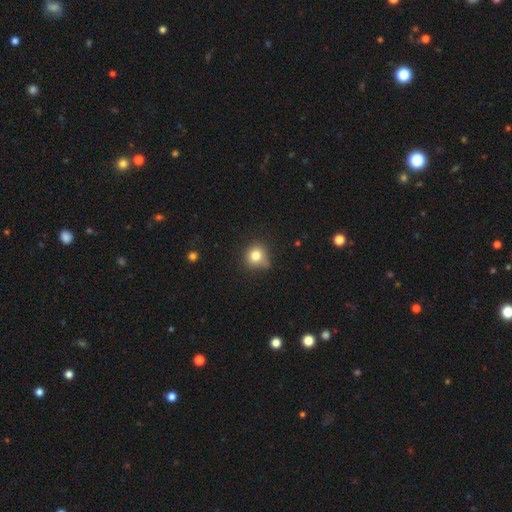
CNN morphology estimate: Smooth or featured: smooth — 80% (star or artifact — 12%)
How rounded: round — 85% (in between — 14%)
Merging: none — 64% (minor disturbance — 25%)